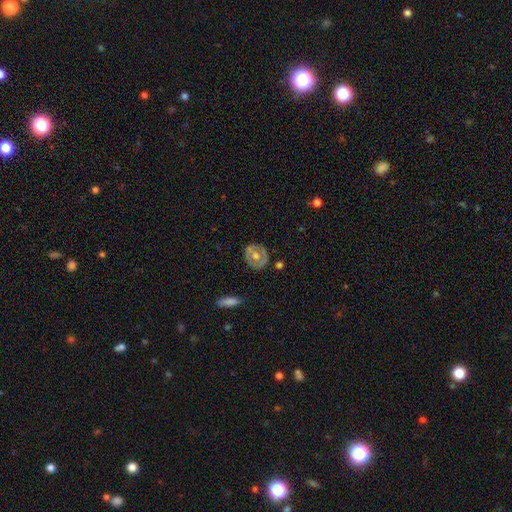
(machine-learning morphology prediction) Overall: featured or disk (55%; smooth 38%). Edge-on disk: no (93%). Bar: no (83%). Spiral arms: no (82%). Bulge size: moderate (76%). Merging: none (82%).